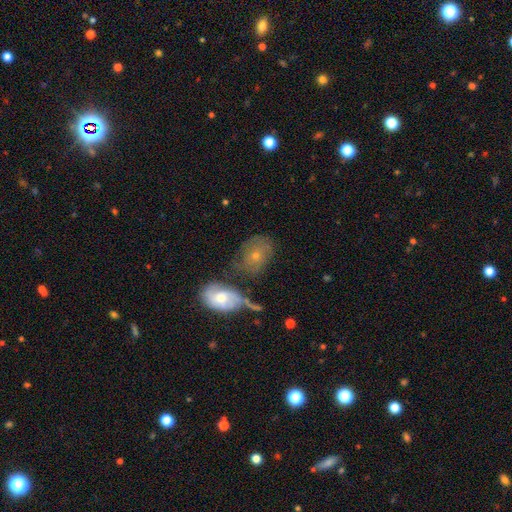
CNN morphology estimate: smooth_or_featured: featured or disk (p=0.45) [alt: smooth p=0.44]
merging: none (p=0.40) [alt: merger p=0.25]